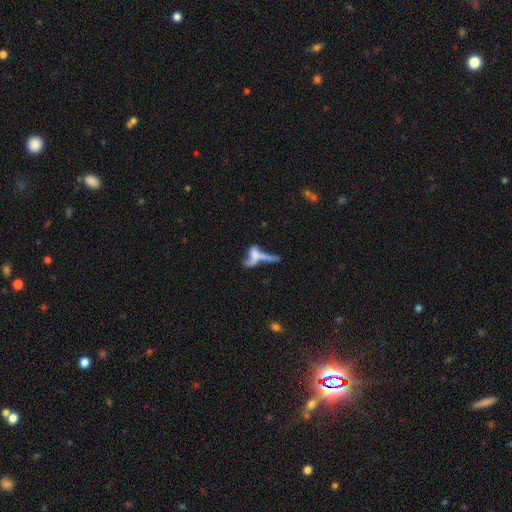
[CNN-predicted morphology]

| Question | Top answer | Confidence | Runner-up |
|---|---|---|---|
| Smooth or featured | featured or disk | 44% | smooth (42%) |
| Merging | merger | 51% | major disturbance (20%) |